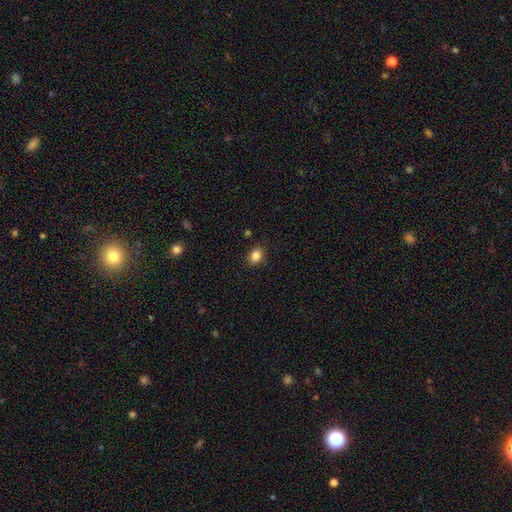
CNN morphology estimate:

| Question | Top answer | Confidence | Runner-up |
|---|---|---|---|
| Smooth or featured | smooth | 86% | star or artifact (10%) |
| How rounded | in between | 72% | round (27%) |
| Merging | none | 87% | minor disturbance (10%) |